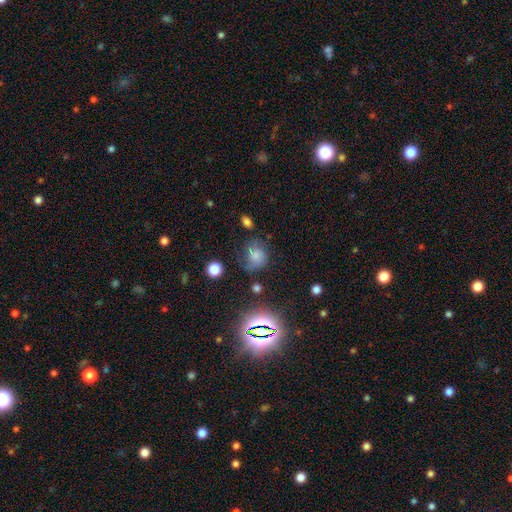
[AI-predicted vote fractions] The model was most divided on "smooth or featured": smooth: 48%, featured or disk: 34%, star or artifact: 18%. Remaining: merging — none (49%).